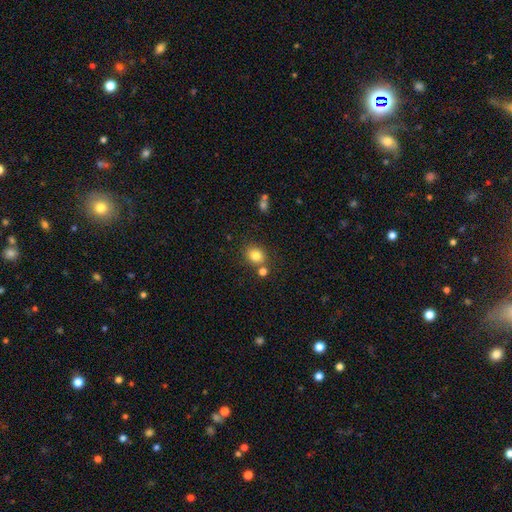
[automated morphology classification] The model was most divided on "how rounded": round: 68%, in between: 31%, cigar-shaped: 1%. More confident: smooth or featured — smooth (81%); merging — none (72%).